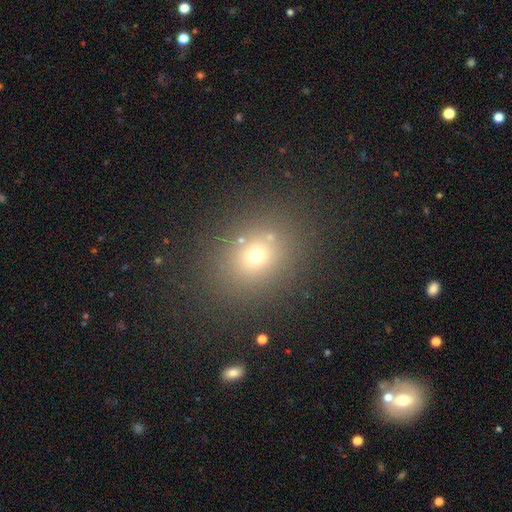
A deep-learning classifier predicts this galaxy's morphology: A smooth galaxy with no disk features (65%) that is round (62%).

Vote fractions:
- Smooth or featured? smooth: 65% / star or artifact: 23% / featured or disk: 12%
- How rounded? round: 62% / in between: 37% / cigar-shaped: 1%
- Merging? none: 81% / minor disturbance: 9% / merger: 5% / major disturbance: 4%